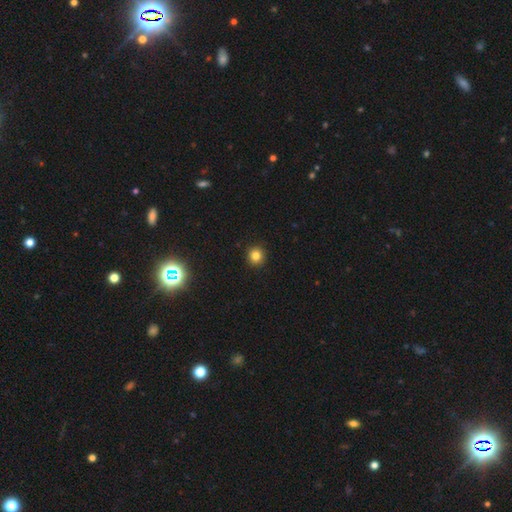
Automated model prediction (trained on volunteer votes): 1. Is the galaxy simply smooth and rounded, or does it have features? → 82% smooth, 13% star or artifact, 5% featured or disk.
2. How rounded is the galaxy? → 94% round, 5% in between, 1% cigar-shaped.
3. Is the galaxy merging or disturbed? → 93% none, 5% minor disturbance, 2% major disturbance, 1% merger.